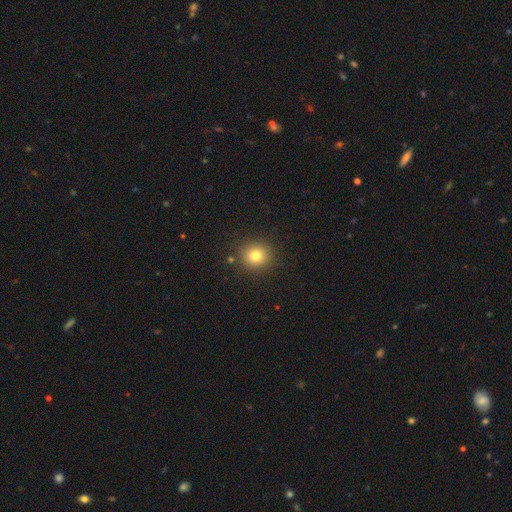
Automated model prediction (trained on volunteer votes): smooth-or-featured: smooth: 79% | star or artifact: 14% | featured or disk: 8%
  how-rounded: round: 89% | in between: 10% | cigar-shaped: 1%
  merging: none: 88% | minor disturbance: 7% | major disturbance: 3% | merger: 3%